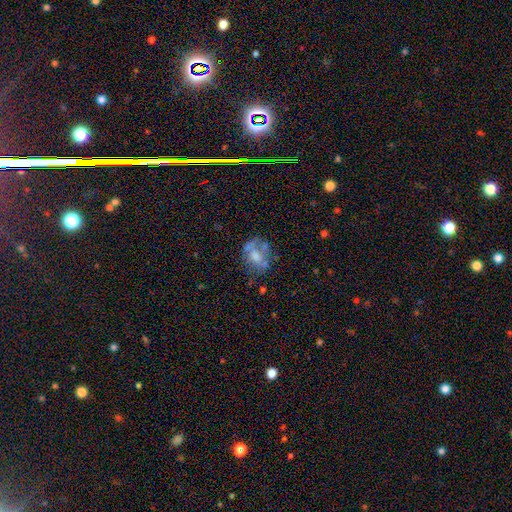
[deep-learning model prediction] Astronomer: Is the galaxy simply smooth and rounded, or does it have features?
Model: featured or disk — 47% (runner-up: smooth, 42%).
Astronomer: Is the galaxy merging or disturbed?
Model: none — 40% (runner-up: major disturbance, 23%).